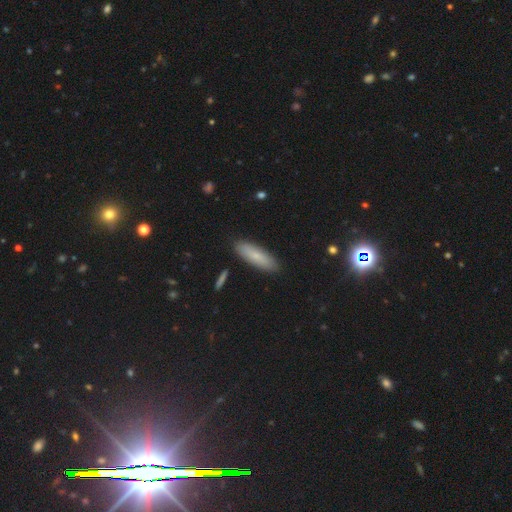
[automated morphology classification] A smooth galaxy with no disk features (75%) that is cigar-shaped (53%).

Vote fractions:
- Smooth or featured? smooth: 75% / featured or disk: 17% / star or artifact: 8%
- How rounded? cigar-shaped: 53% / in between: 45% / round: 2%
- Merging? none: 87% / minor disturbance: 9% / major disturbance: 2% / merger: 2%